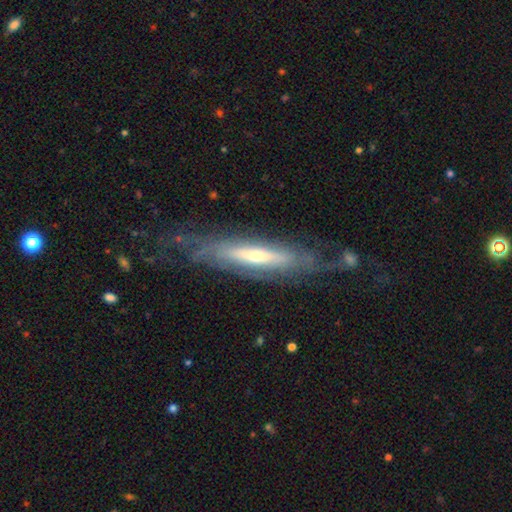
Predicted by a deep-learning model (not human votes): smooth_or_featured: featured or disk (p=0.77) [alt: smooth p=0.17]
disk_edge_on: yes (p=0.54) [alt: no p=0.46]
merging: none (p=0.65) [alt: minor disturbance p=0.20]